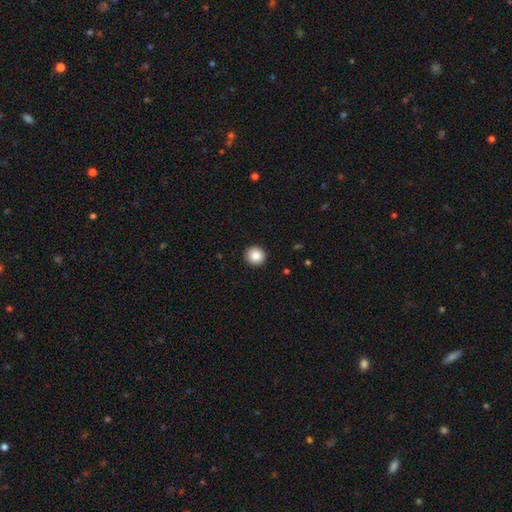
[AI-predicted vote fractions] This is clearly a smooth galaxy (87%). How rounded: clearly round (95%). Merging: clearly none (93%).